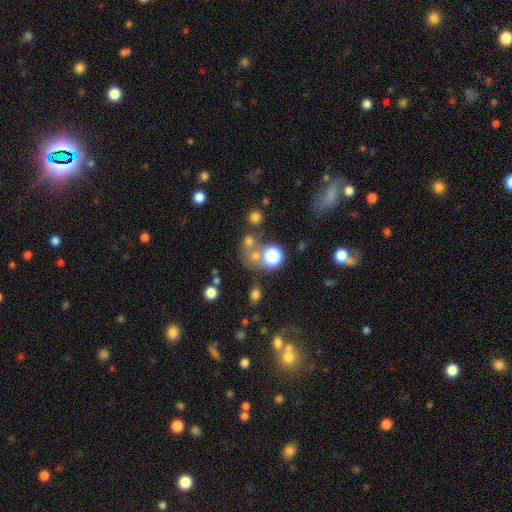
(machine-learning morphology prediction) type=smooth (54%); roundness=round (76%); merging=none (53%).